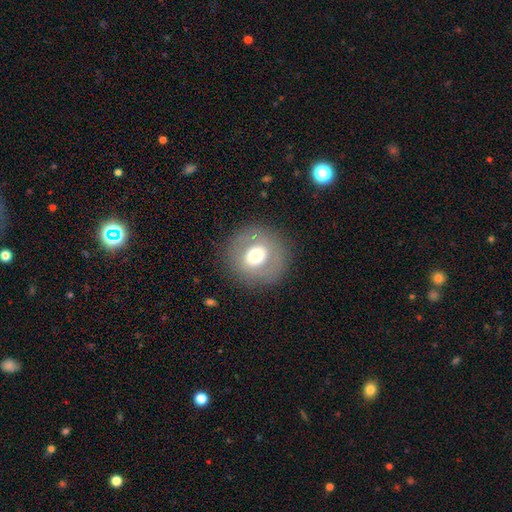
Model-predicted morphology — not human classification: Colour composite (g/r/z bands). It shows a smooth galaxy with no disk features (59%) that is round (92%). Merging: none (85%).